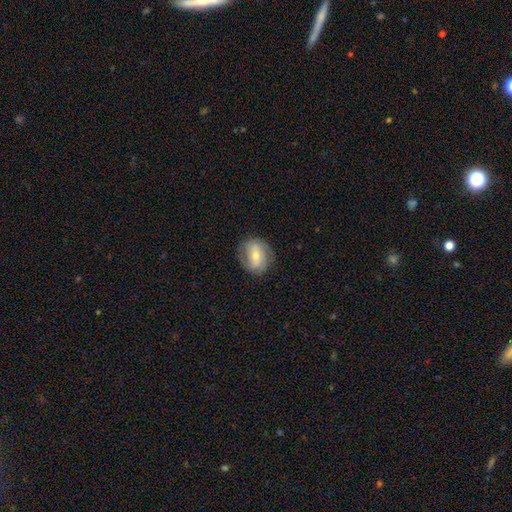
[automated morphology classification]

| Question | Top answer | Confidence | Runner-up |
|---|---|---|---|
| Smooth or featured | featured or disk | 50% | smooth (43%) |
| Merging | none | 78% | minor disturbance (15%) |